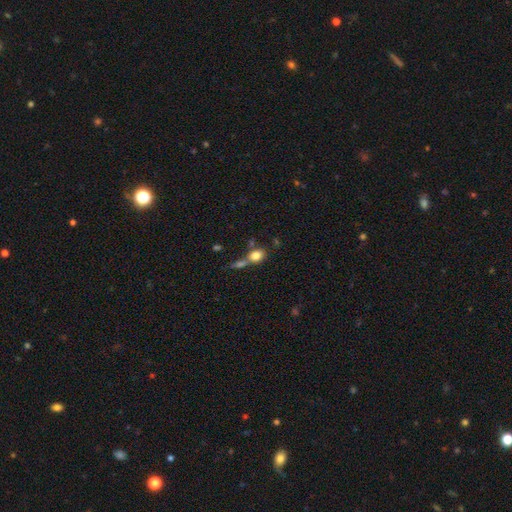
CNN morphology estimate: smooth 81%, star or artifact 10%, featured or disk 9%. Down the decision tree: how rounded — in between (60%); merging — none (43%).